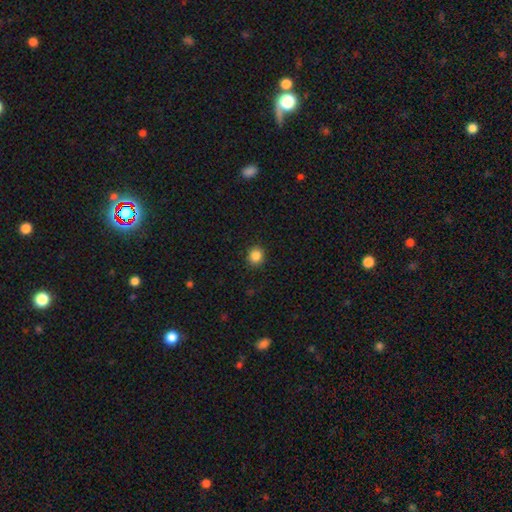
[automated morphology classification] This is clearly a smooth galaxy (85%). How rounded: clearly round (82%). Merging: clearly none (90%).